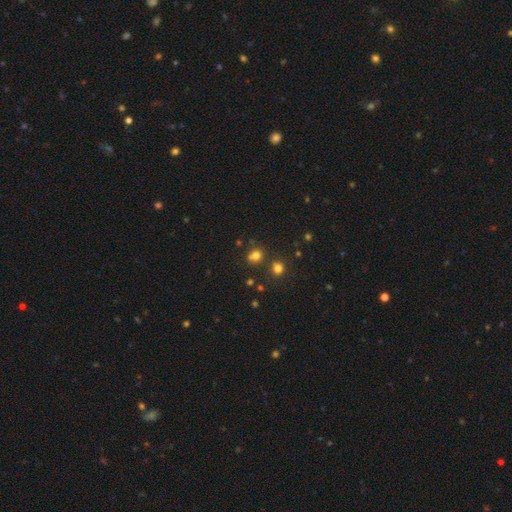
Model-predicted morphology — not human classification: A smooth galaxy with no disk features (72%) that is round (76%).

Vote fractions:
- Smooth or featured? smooth: 72% / star or artifact: 21% / featured or disk: 8%
- How rounded? round: 76% / in between: 23% / cigar-shaped: 1%
- Merging? none: 63% / merger: 21% / minor disturbance: 12% / major disturbance: 4%